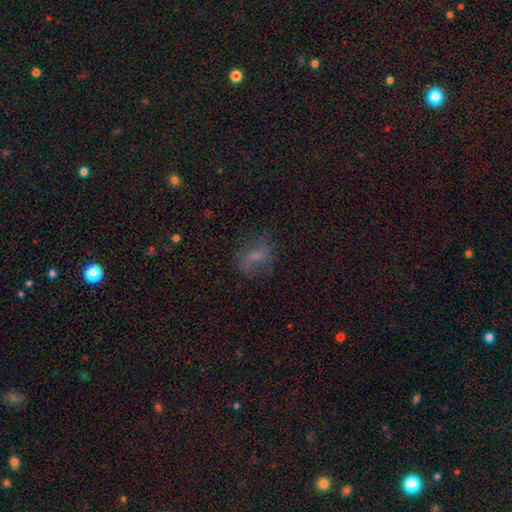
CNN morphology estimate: The model was most divided on "smooth or featured": smooth: 49%, featured or disk: 34%, star or artifact: 17%. More confident: merging — none (62%).